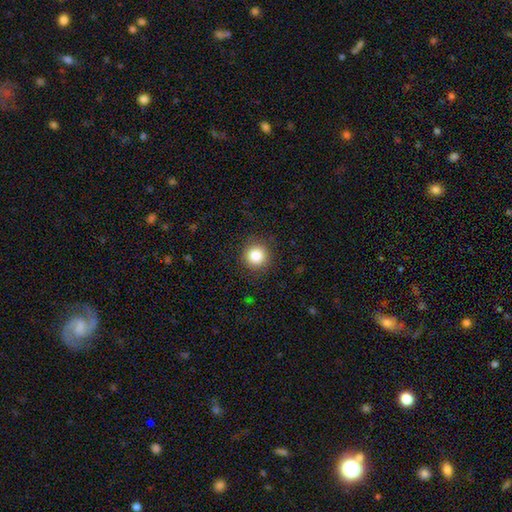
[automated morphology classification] This appears to be a smooth galaxy with no disk features (85%) that is round (94%). Merging: none (89%).